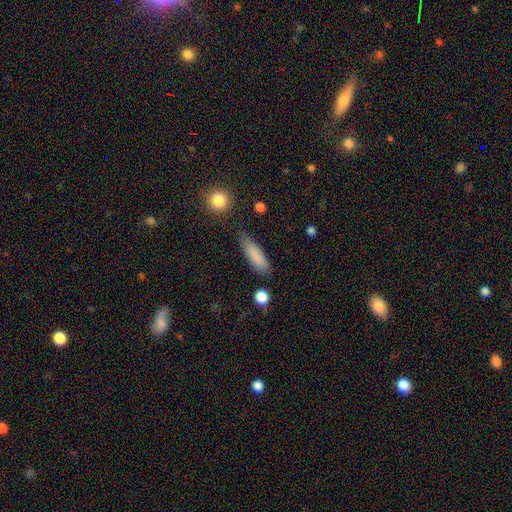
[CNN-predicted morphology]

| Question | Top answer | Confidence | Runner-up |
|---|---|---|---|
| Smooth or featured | smooth | 84% | featured or disk (8%) |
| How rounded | cigar-shaped | 61% | in between (37%) |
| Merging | none | 78% | minor disturbance (16%) |